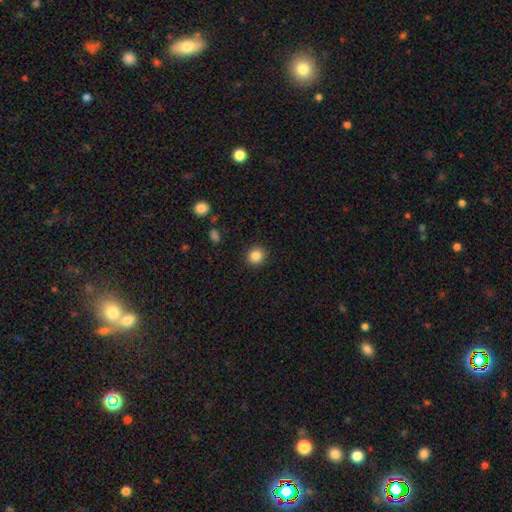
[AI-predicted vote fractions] smooth-or-featured: smooth: 85% | star or artifact: 10% | featured or disk: 5%
  how-rounded: round: 90% | in between: 9% | cigar-shaped: 1%
  merging: none: 92% | minor disturbance: 5% | major disturbance: 2% | merger: 1%